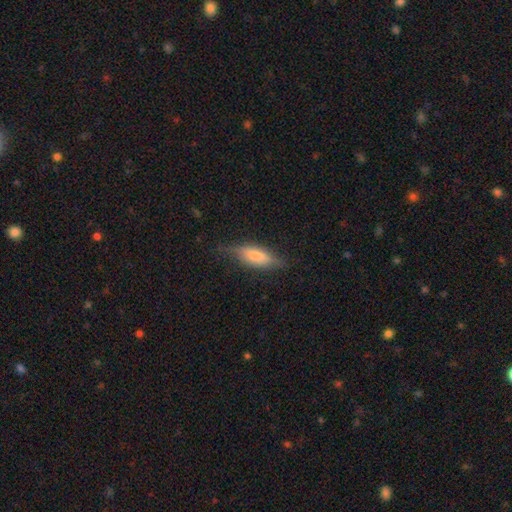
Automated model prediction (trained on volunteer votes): smooth 59%, featured or disk 34%, star or artifact 7%. Down the decision tree: how rounded — in between (53%); merging — none (71%).